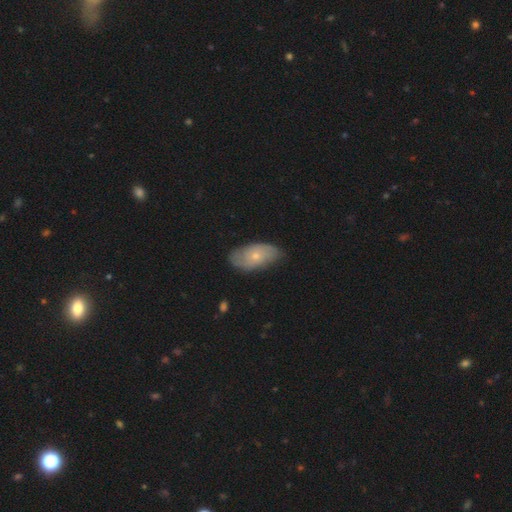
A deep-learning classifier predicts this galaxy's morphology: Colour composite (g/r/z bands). It shows a smooth galaxy with no disk features (48%). Merging: none (71%).